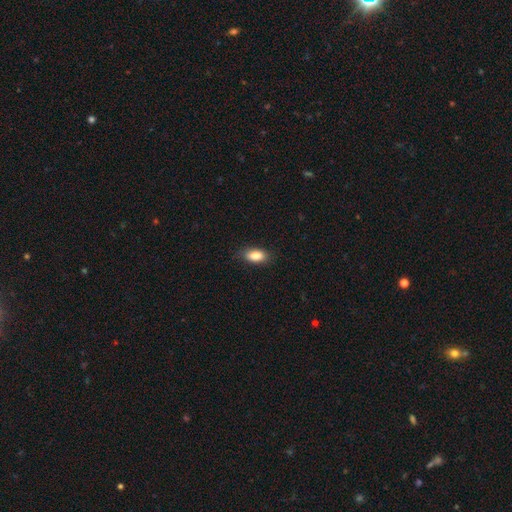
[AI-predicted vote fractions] Q: Smooth or featured?
A: smooth (85%); runner-up: featured or disk (8%)
Q: How rounded?
A: in between (87%); runner-up: cigar-shaped (8%)
Q: Merging?
A: none (84%); runner-up: minor disturbance (13%)